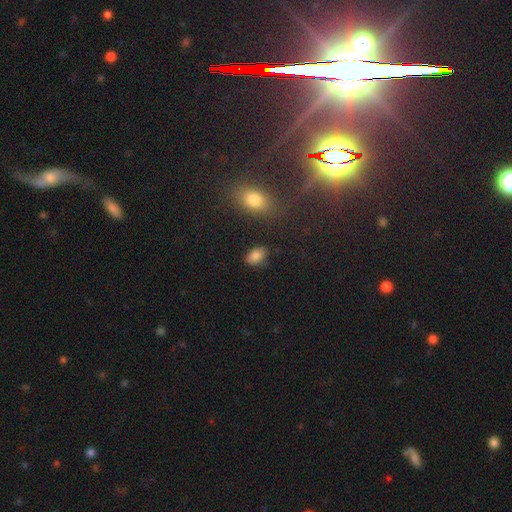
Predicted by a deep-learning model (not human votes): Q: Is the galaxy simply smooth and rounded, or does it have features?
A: smooth — 84%.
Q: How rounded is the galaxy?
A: in between — 86%.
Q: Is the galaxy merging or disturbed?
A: none — 80%.